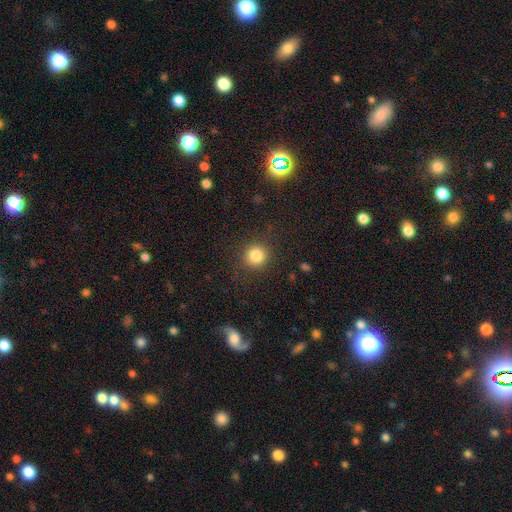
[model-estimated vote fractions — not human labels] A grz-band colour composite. It shows a smooth galaxy with no disk features (83%) that is round (91%). Merging: none (88%).